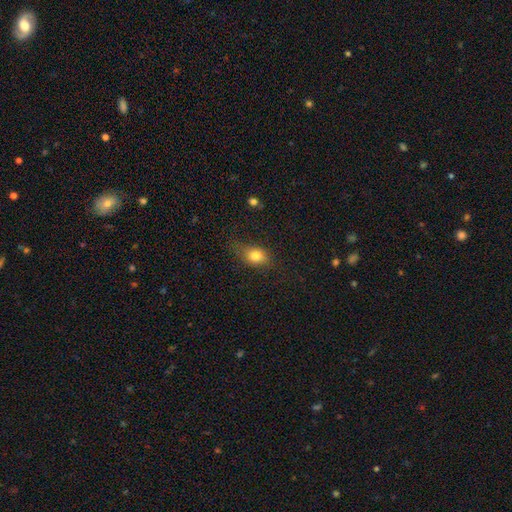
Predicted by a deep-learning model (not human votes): smooth 79%, star or artifact 11%, featured or disk 10%. Down the decision tree: how rounded — in between (66%); merging — none (68%).